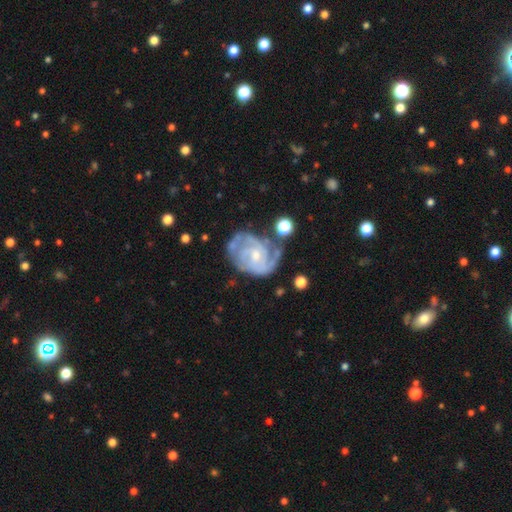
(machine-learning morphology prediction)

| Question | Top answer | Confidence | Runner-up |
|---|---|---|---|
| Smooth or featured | featured or disk | 87% | smooth (8%) |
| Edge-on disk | no | 98% | yes (2%) |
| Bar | no | 58% | weak (36%) |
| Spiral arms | yes | 95% | no (5%) |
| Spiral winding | tight | 59% | medium (34%) |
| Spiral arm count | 2 | 37% | 3 (25%) |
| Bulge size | small | 61% | moderate (34%) |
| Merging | none | 55% | minor disturbance (25%) |